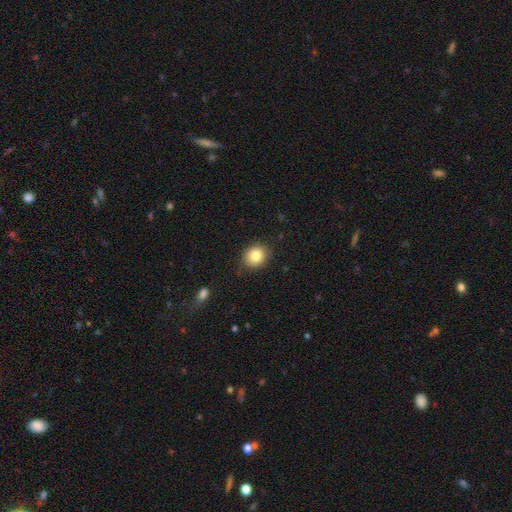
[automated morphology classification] The model was most divided on "how rounded": round: 75%, in between: 24%, cigar-shaped: 1%. More confident: merging — none (86%); smooth or featured — smooth (83%).